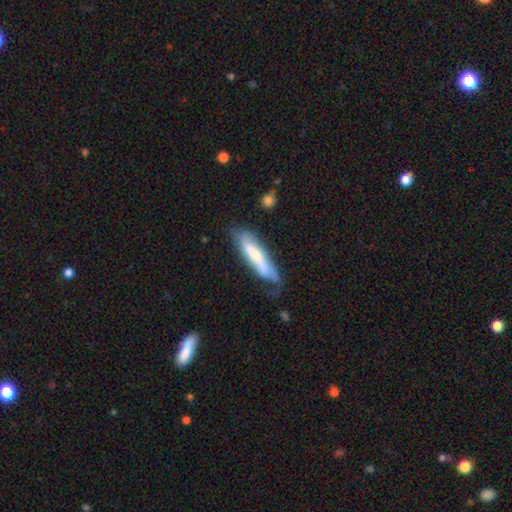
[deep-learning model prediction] A smooth galaxy with no disk features (55%) that is cigar-shaped (74%). Merging: none (56%).